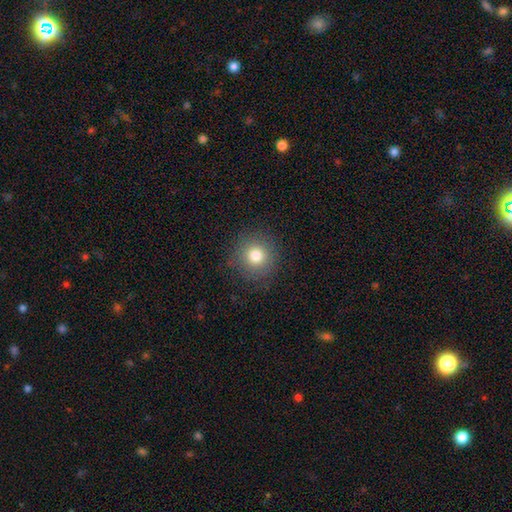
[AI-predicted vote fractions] This is clearly a smooth galaxy (80%). How rounded: clearly round (93%). Merging: clearly none (88%).